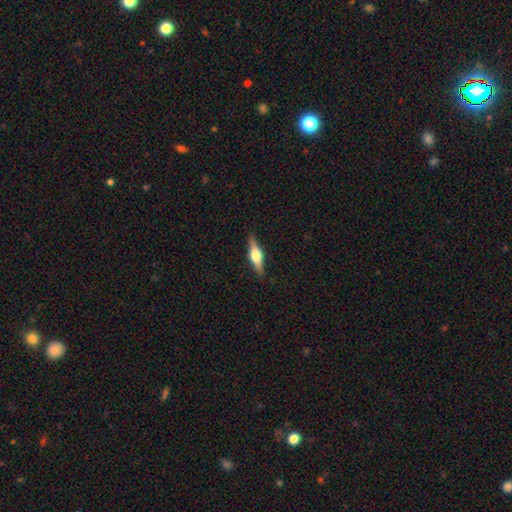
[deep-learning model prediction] featured or disk 64%, smooth 30%, star or artifact 6%. Down the decision tree: edge-on disk — yes (96%); edge-on bulge — rounded (94%); merging — none (89%).